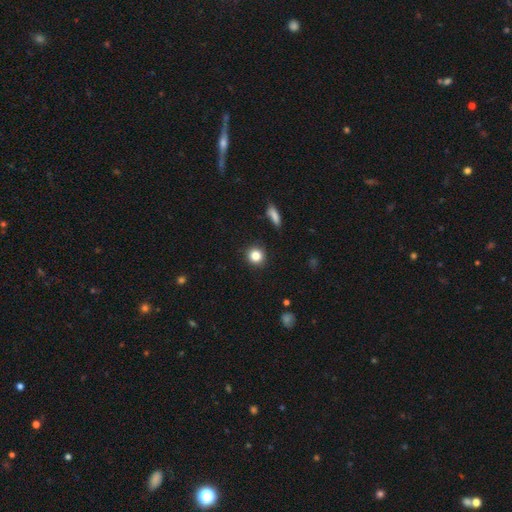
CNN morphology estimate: Smooth or featured?
  - smooth: 84% *
  - star or artifact: 11%
  - featured or disk: 6%
How rounded?
  - round: 89% *
  - in between: 9%
  - cigar-shaped: 1%
Merging?
  - none: 90% *
  - minor disturbance: 7%
  - major disturbance: 2%
  - merger: 1%